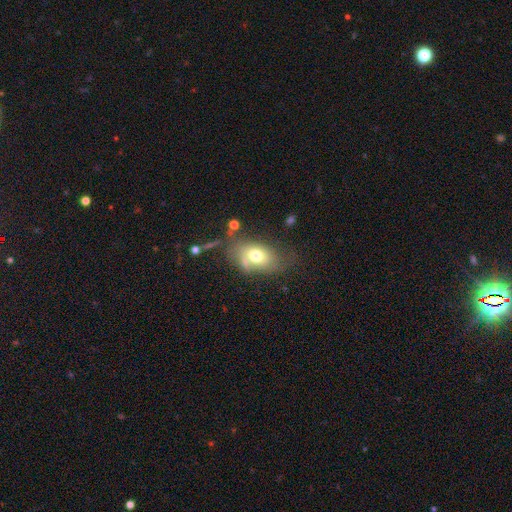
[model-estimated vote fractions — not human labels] This appears to be a smooth galaxy with no disk features (69%) that is in between round and cigar-shaped (81%). Merging: none (47%).